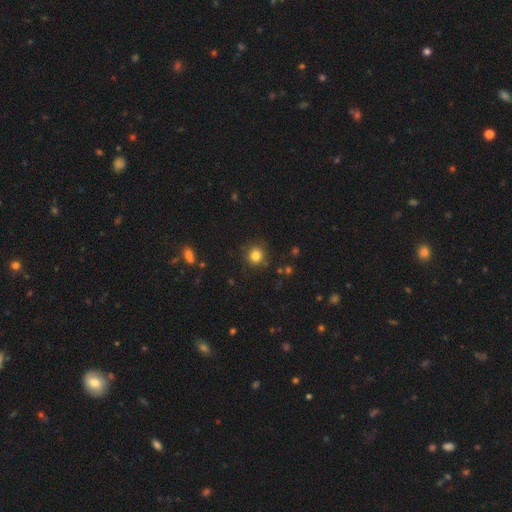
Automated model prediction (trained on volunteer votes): smooth 82%, star or artifact 12%, featured or disk 6%. Down the decision tree: how rounded — round (90%); merging — none (86%).